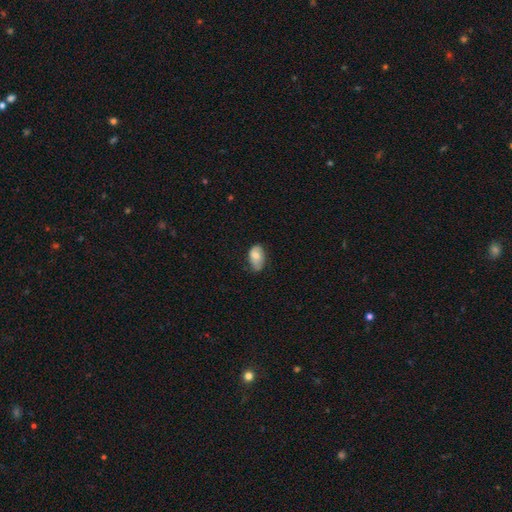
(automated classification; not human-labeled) A smooth galaxy with no disk features (75%) that is in between round and cigar-shaped (91%). Merging: none (52%).